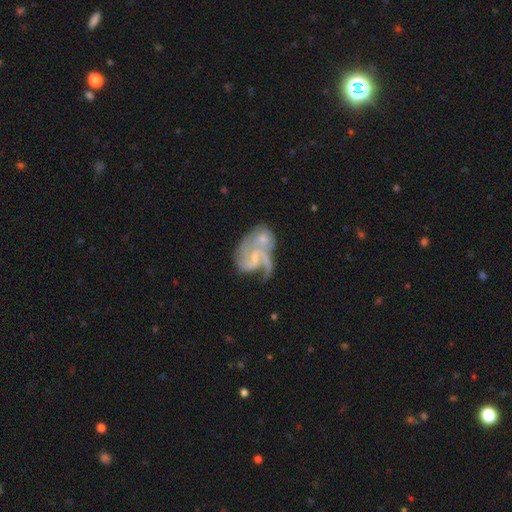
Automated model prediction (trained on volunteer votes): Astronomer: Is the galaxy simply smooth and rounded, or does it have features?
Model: featured or disk — 84%.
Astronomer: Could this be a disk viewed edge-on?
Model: no — 98%.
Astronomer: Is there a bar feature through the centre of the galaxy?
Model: weak — 45%, tied with no at 45%.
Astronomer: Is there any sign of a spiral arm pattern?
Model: yes — 93%.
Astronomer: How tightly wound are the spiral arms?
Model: medium — 48% (runner-up: loose, 33%).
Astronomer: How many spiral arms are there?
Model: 2 — 56%.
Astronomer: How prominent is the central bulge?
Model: small — 63%.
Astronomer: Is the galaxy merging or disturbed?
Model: merger — 50%.